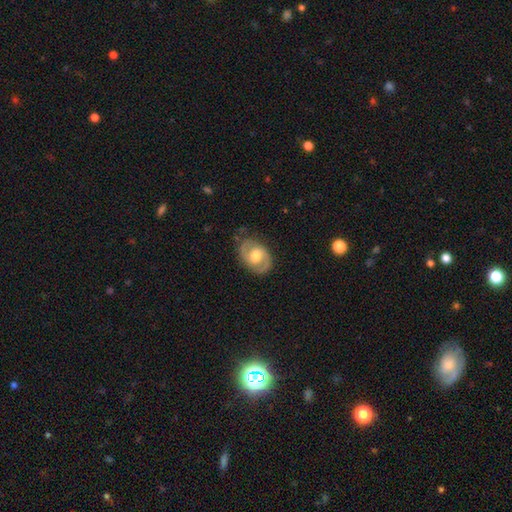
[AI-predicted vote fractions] A featured or disk galaxy (78%) with no bar (47%), 2 (90%) medium (52%) spiral arms (90%) and a moderate central bulge (70%). Merging: none (78%).